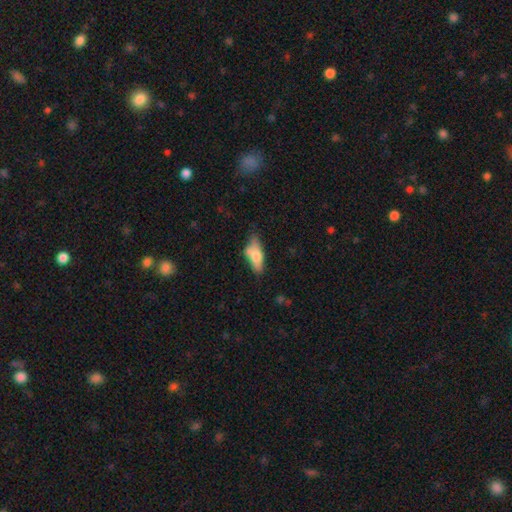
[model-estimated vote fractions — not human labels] The model was most divided on "merging": none: 45%, minor disturbance: 27%, merger: 18%, major disturbance: 10%. More confident: how rounded — in between (69%); smooth or featured — smooth (64%).